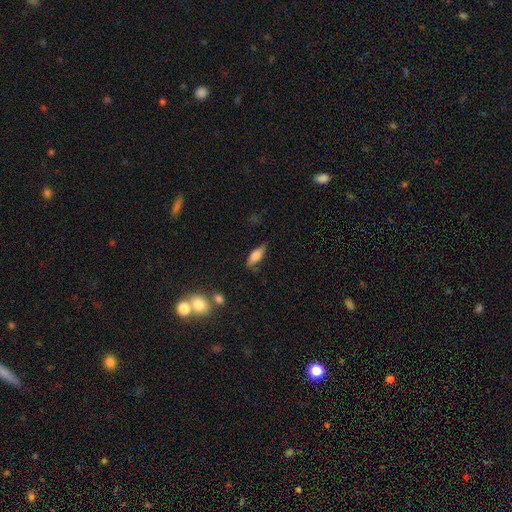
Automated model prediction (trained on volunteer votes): Smooth or featured? smooth (72%)
How rounded? in between (72%)
Merging? none (71%)